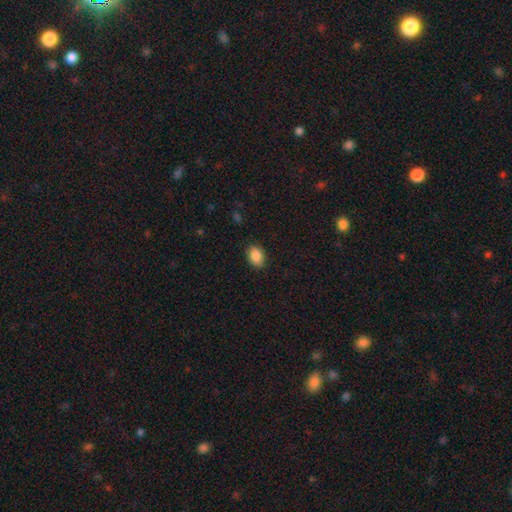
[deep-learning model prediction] Smooth or featured?
  - smooth: 88% *
  - star or artifact: 8%
  - featured or disk: 4%
How rounded?
  - in between: 80% *
  - round: 19%
  - cigar-shaped: 1%
Merging?
  - none: 87% *
  - minor disturbance: 9%
  - major disturbance: 2%
  - merger: 1%